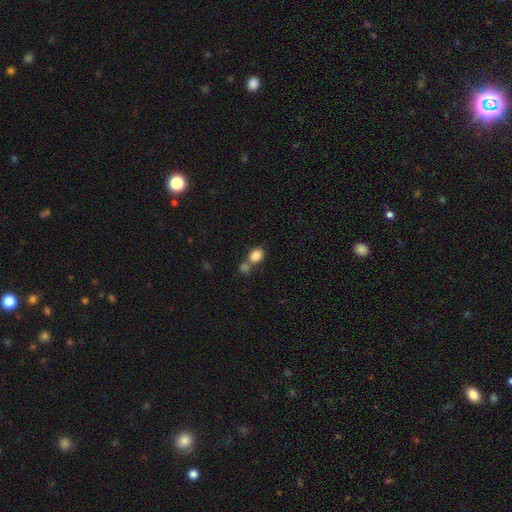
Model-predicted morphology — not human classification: A smooth galaxy with no disk features (84%) that is in between round and cigar-shaped (52%). Merging: none (46%).